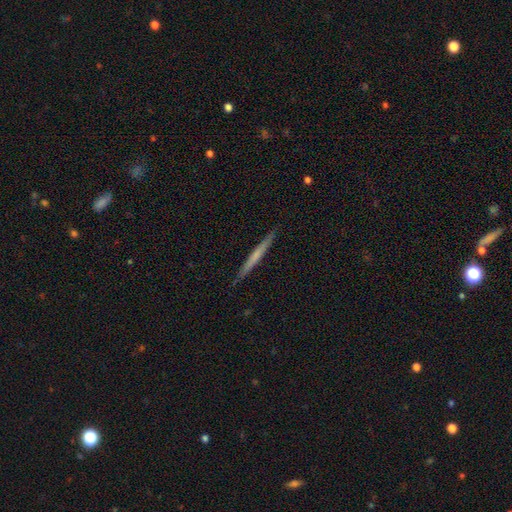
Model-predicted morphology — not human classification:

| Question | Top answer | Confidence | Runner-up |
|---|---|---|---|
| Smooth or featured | smooth | 47% | tied: featured or disk (47%) |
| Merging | none | 91% | minor disturbance (6%) |